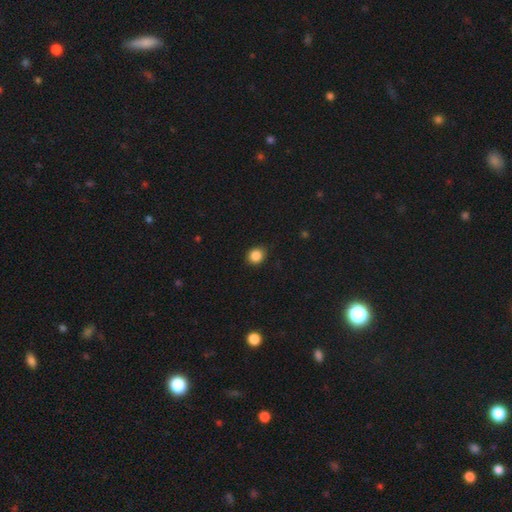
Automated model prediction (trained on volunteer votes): smooth_or_featured: smooth (p=0.86) [alt: star or artifact p=0.10]
how_rounded: round (p=0.80) [alt: in between p=0.19]
merging: none (p=0.85) [alt: minor disturbance p=0.11]